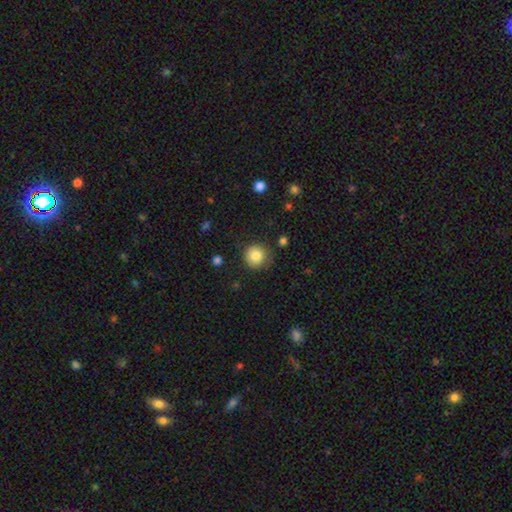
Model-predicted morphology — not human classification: A smooth galaxy with no disk features (85%) that is round (93%). Merging: none (85%).